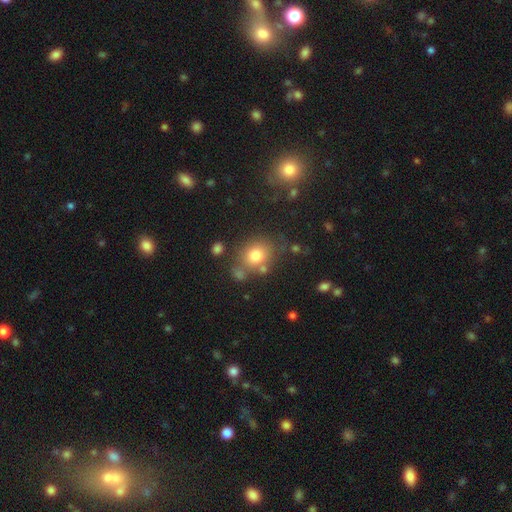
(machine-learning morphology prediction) Smooth or featured? smooth (77%)
How rounded? round (68%)
Merging? none (67%)